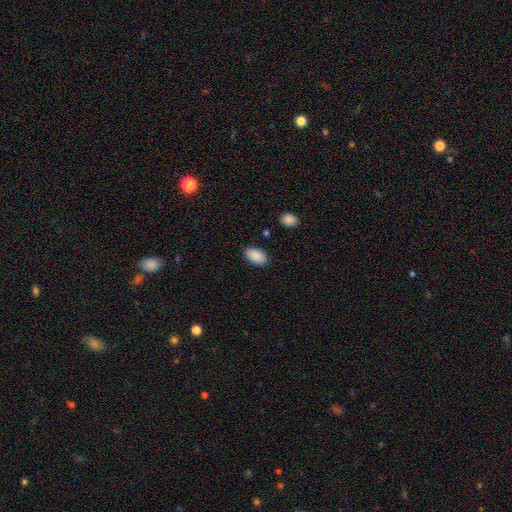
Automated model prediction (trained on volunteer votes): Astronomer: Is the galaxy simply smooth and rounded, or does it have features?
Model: smooth — 90%.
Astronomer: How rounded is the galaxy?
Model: in between — 94%.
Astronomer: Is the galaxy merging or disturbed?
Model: none — 86%.